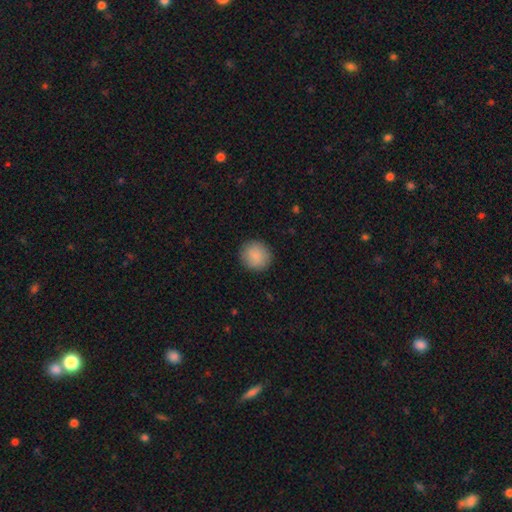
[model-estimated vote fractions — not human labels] smooth-or-featured: smooth: 87% | star or artifact: 7% | featured or disk: 6%
  how-rounded: round: 92% | in between: 7% | cigar-shaped: 1%
  merging: none: 89% | minor disturbance: 7% | major disturbance: 2% | merger: 1%